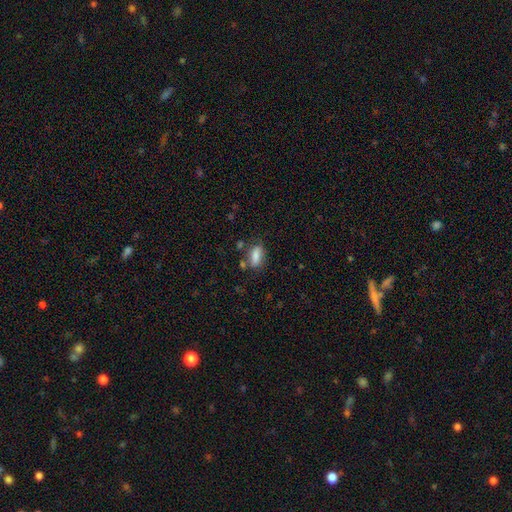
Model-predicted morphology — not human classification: This is clearly a smooth galaxy (80%). How rounded: likely in between (78%). Merging: likely none (65%).